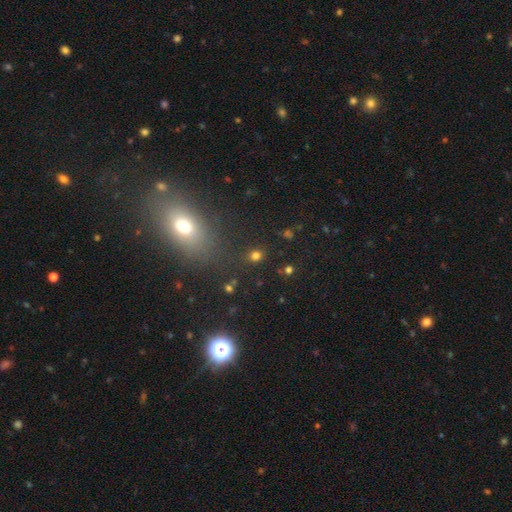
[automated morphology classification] Smooth or featured? Predicted: smooth (p=0.75). How rounded? Predicted: round (p=0.75). Merging? Predicted: none (p=0.85).